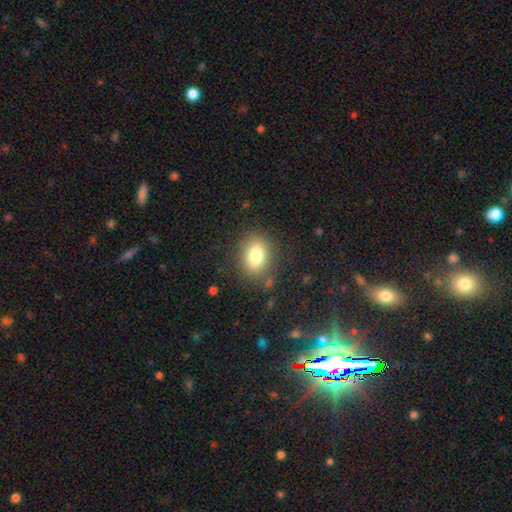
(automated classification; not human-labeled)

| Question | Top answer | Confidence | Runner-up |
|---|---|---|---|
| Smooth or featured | smooth | 80% | featured or disk (10%) |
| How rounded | in between | 68% | round (31%) |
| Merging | none | 81% | minor disturbance (12%) |